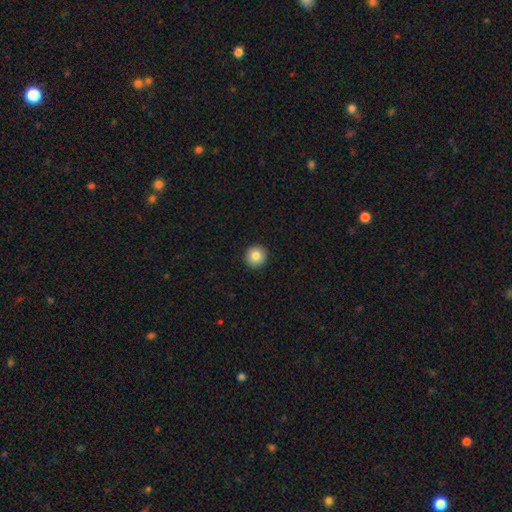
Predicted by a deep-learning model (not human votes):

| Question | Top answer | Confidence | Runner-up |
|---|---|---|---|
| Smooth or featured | smooth | 84% | star or artifact (9%) |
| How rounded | round | 94% | in between (5%) |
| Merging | none | 93% | minor disturbance (5%) |